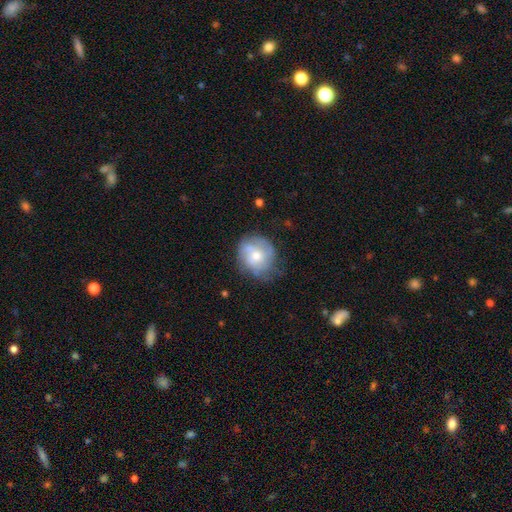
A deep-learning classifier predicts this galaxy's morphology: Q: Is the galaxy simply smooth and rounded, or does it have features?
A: featured or disk — 51%.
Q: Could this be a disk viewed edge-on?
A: no — 97%.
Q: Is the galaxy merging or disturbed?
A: none — 56%.